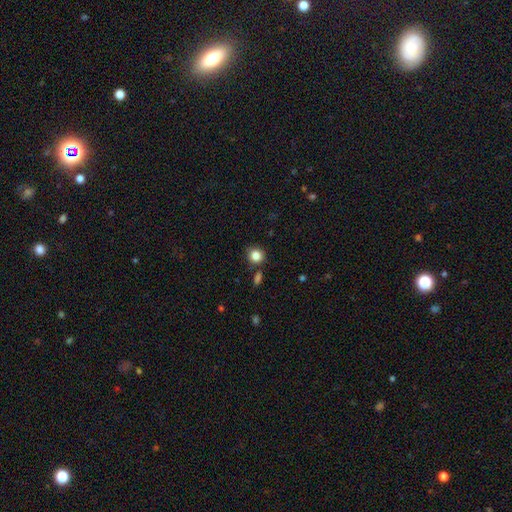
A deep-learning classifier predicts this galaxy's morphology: A smooth galaxy with no disk features (85%) that is round (86%). Merging: none (82%).